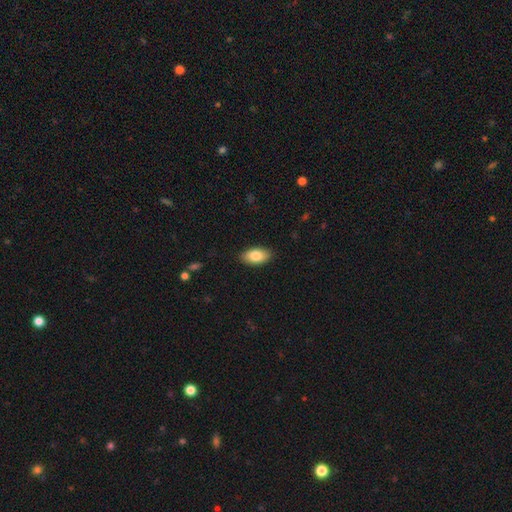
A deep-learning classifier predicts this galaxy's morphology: smooth 84%, featured or disk 10%, star or artifact 6%. Down the decision tree: how rounded — in between (93%); merging — none (88%).